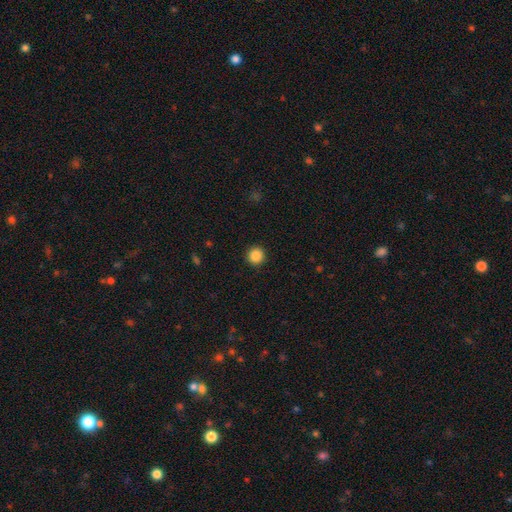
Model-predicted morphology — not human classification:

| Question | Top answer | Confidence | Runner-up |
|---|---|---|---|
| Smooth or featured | smooth | 87% | star or artifact (10%) |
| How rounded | round | 95% | in between (4%) |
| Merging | none | 93% | minor disturbance (4%) |